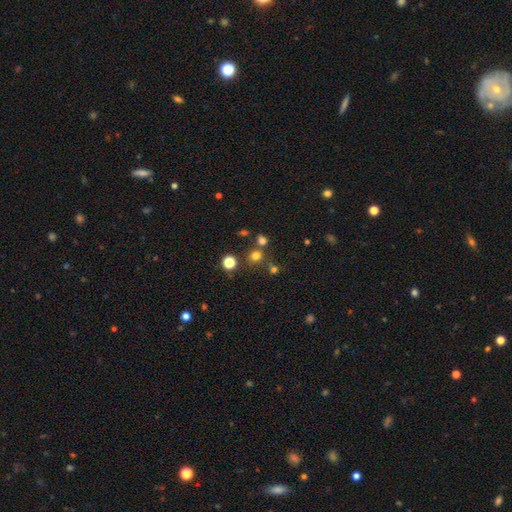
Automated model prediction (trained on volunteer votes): Smooth or featured? smooth (70%)
How rounded? round (89%)
Merging? none (74%)